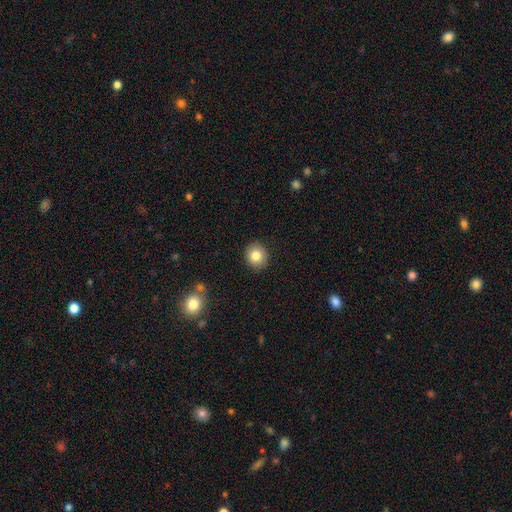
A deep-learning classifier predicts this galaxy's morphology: Smooth or featured: smooth — 82% (star or artifact — 9%)
How rounded: round — 77% (in between — 22%)
Merging: none — 90% (minor disturbance — 7%)